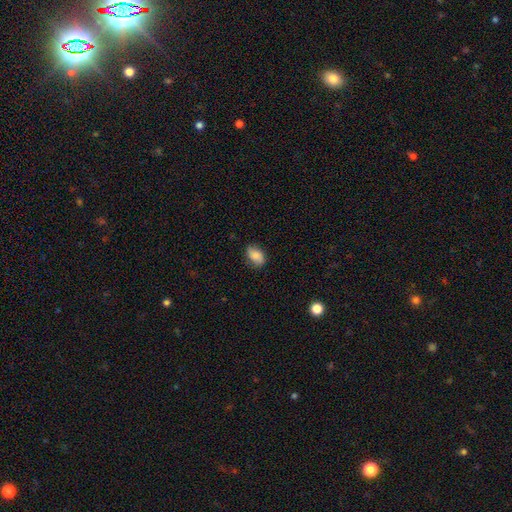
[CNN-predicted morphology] smooth-or-featured: smooth: 81% | featured or disk: 11% | star or artifact: 8%
  how-rounded: in between: 87% | round: 11% | cigar-shaped: 2%
  merging: none: 81% | minor disturbance: 15% | major disturbance: 3% | merger: 1%